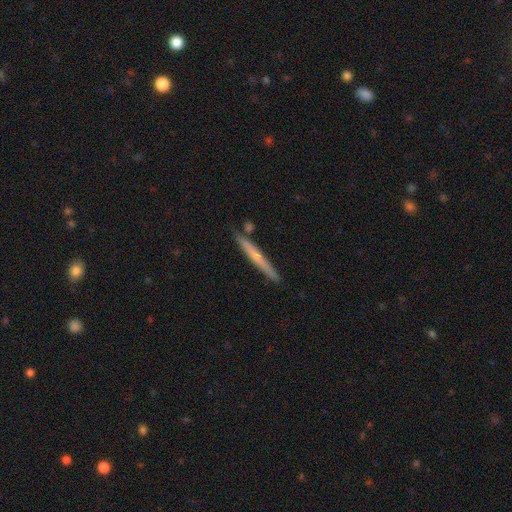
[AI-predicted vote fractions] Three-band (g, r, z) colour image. It shows a smooth galaxy with no disk features (47%, tied with featured or disk). Merging: none (84%).